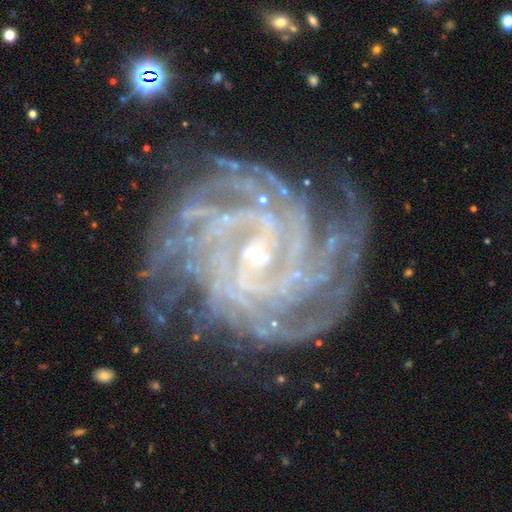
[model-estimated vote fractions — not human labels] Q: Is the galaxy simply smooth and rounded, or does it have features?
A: featured or disk — 91%.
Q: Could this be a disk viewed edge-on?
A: no — 98%.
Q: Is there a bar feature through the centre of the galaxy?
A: weak — 43%.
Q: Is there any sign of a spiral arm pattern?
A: yes — 98%.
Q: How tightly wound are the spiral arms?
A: tight — 77%.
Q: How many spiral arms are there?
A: more than 4 — 30%.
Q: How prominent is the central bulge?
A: small — 70%.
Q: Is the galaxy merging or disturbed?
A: none — 76%.